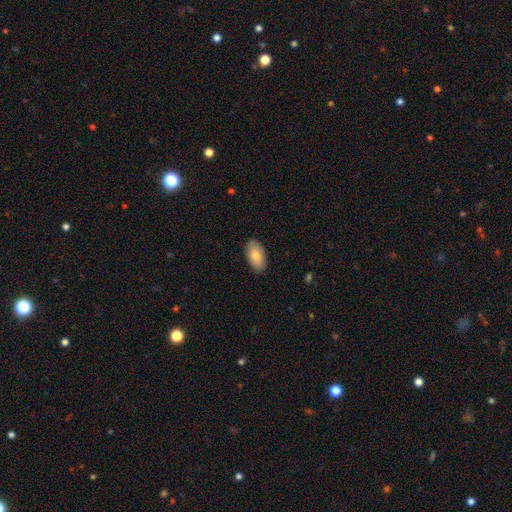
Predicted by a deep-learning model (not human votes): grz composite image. It shows a smooth galaxy with no disk features (82%) that is in between round and cigar-shaped (95%). Merging: none (88%).